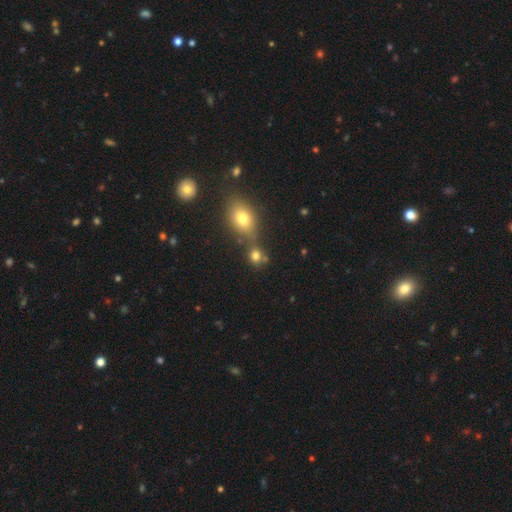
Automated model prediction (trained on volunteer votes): Smooth or featured? Predicted: smooth (p=0.75). How rounded? Predicted: round (p=0.74). Merging? Predicted: none (p=0.54).